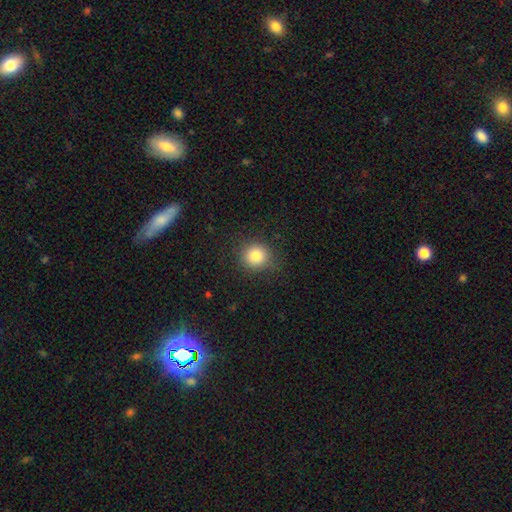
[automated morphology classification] Q: Smooth or featured?
A: smooth (82%); runner-up: star or artifact (11%)
Q: How rounded?
A: round (90%); runner-up: in between (9%)
Q: Merging?
A: none (85%); runner-up: minor disturbance (11%)